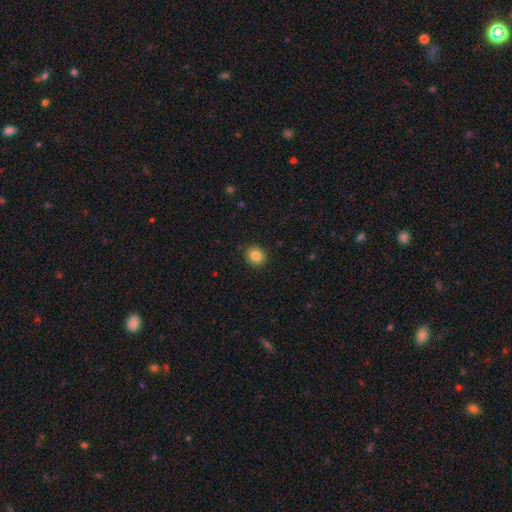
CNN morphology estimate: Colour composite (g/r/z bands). It shows a smooth galaxy with no disk features (84%) that is round (84%). Merging: none (91%).